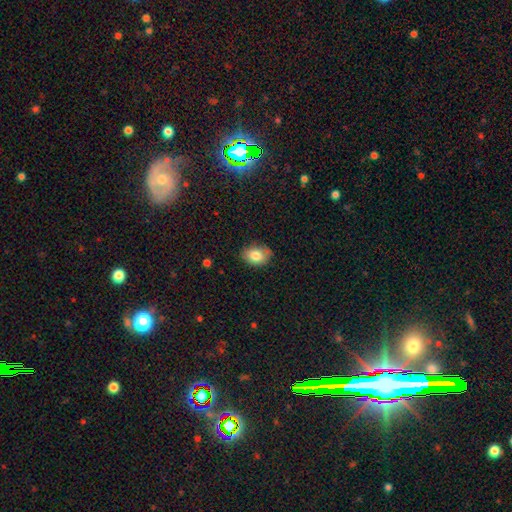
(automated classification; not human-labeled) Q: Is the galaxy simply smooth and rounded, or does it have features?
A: smooth — 81%.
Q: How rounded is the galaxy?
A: in between — 73%.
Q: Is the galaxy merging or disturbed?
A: none — 75%.